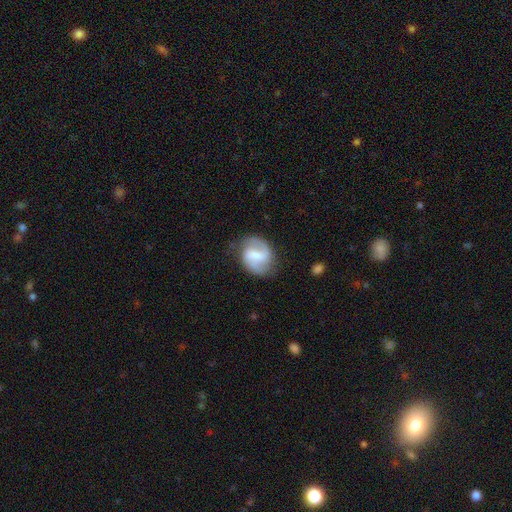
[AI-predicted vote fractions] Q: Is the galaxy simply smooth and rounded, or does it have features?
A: featured or disk — 79%.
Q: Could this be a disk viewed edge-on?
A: no — 98%.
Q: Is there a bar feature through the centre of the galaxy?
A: weak — 53%.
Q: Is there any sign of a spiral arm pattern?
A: yes — 94%.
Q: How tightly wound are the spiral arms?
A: medium — 50%.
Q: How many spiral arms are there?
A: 2 — 91%.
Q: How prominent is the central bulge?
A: moderate — 47%.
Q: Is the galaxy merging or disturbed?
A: none — 78%.